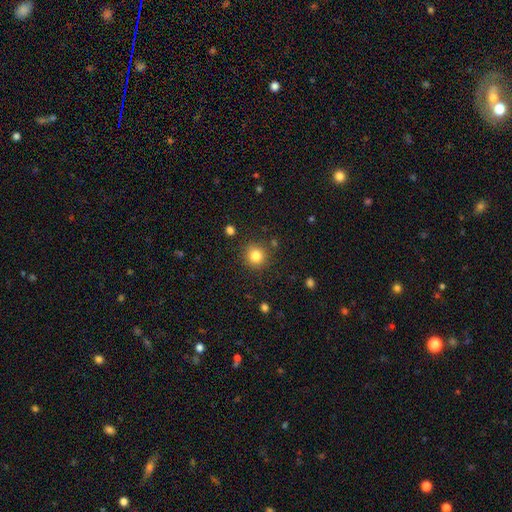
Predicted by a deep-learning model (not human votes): Smooth or featured: smooth — 82% (star or artifact — 12%)
How rounded: round — 92% (in between — 7%)
Merging: none — 87% (minor disturbance — 8%)